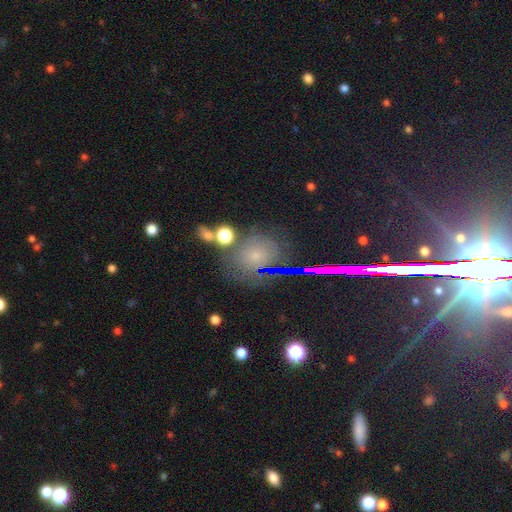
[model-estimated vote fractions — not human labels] Smooth or featured? Predicted: smooth (p=0.46). Merging? Predicted: none (p=0.70).